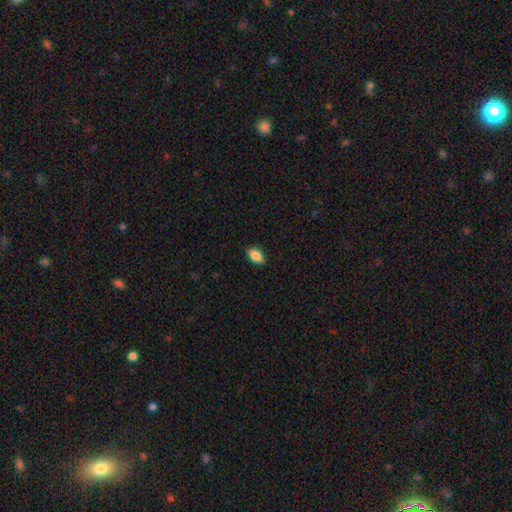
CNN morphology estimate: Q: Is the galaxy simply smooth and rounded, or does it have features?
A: smooth — 88%.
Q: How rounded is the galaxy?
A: in between — 89%.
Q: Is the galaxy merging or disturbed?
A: none — 88%.